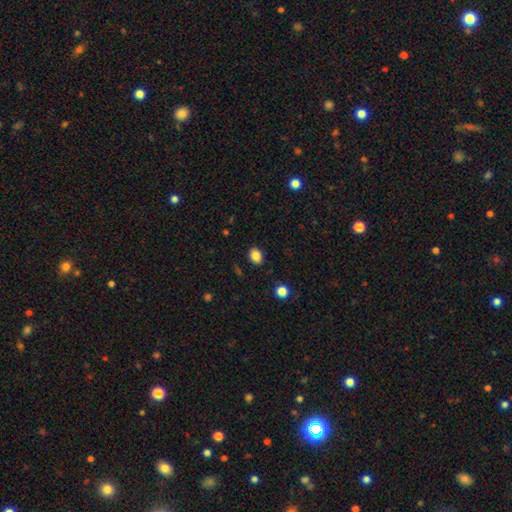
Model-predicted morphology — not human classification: This appears to be a smooth galaxy with no disk features (85%) that is in between round and cigar-shaped (62%). Merging: none (87%).